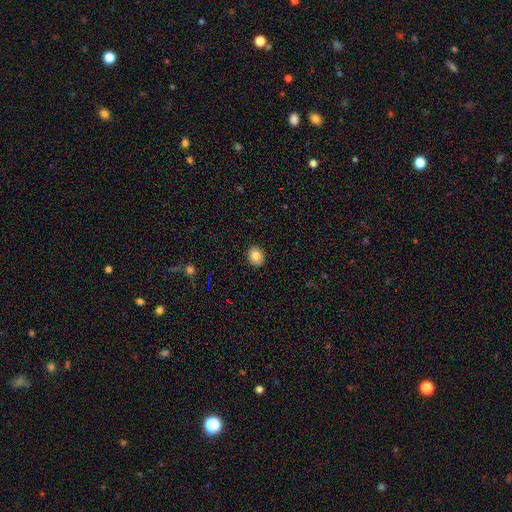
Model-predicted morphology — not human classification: A smooth galaxy with no disk features (85%) that is round (50%).

Vote fractions:
- Smooth or featured? smooth: 85% / star or artifact: 9% / featured or disk: 6%
- How rounded? round: 50% / in between: 49% / cigar-shaped: 1%
- Merging? none: 91% / minor disturbance: 7% / major disturbance: 2% / merger: 1%